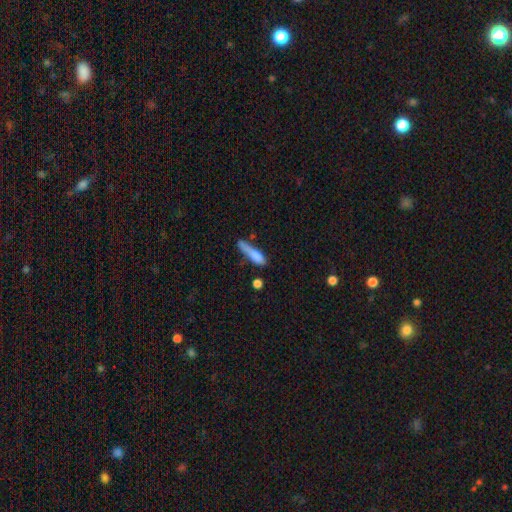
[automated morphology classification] Overall: smooth (74%). How rounded: cigar-shaped (79%). Merging: none (41%; minor disturbance 30%).